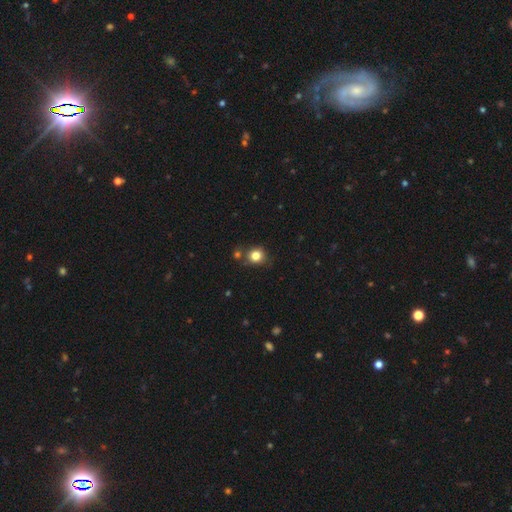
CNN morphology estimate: type=smooth (81%); roundness=round (84%); merging=none (72%).